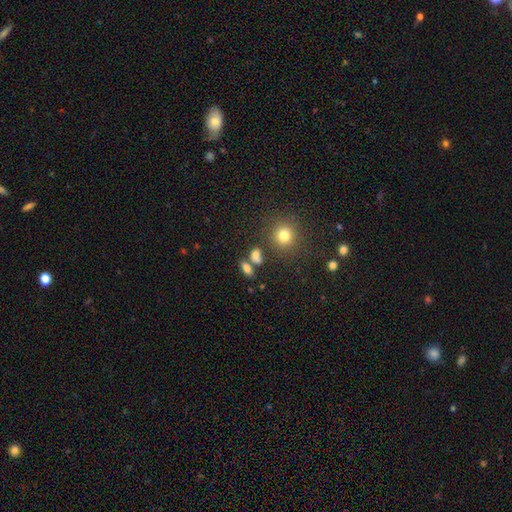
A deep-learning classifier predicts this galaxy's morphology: This is likely a smooth galaxy (77%). How rounded: likely in between (73%). Merging: possibly none (59%).